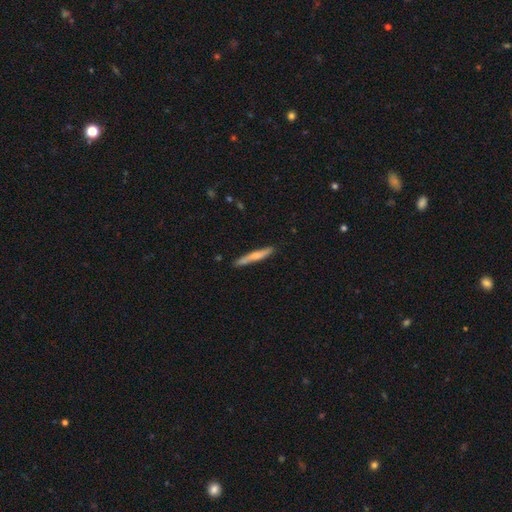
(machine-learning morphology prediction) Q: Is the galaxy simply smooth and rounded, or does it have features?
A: smooth — 60%.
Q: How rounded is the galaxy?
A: cigar-shaped — 93%.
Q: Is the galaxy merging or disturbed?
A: none — 84%.